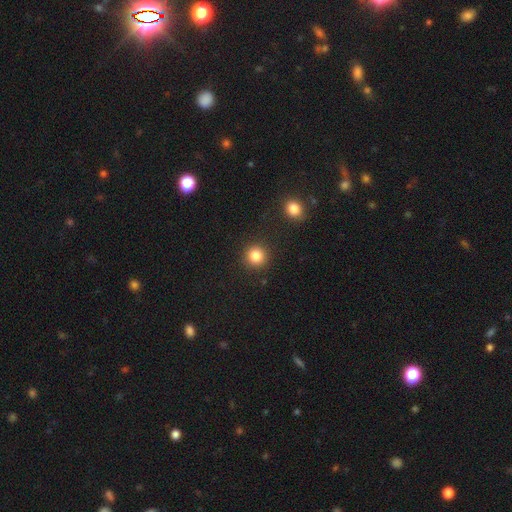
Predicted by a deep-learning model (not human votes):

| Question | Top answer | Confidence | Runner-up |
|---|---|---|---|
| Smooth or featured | smooth | 84% | star or artifact (11%) |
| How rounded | round | 93% | in between (6%) |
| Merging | none | 90% | minor disturbance (5%) |